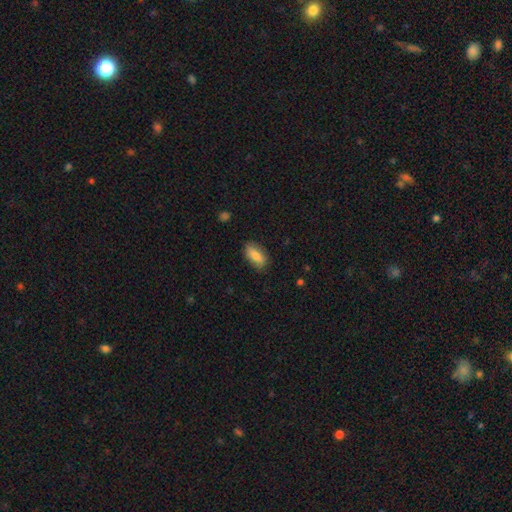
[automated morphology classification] Overall: smooth (78%). How rounded: in between (85%). Merging: none (82%).